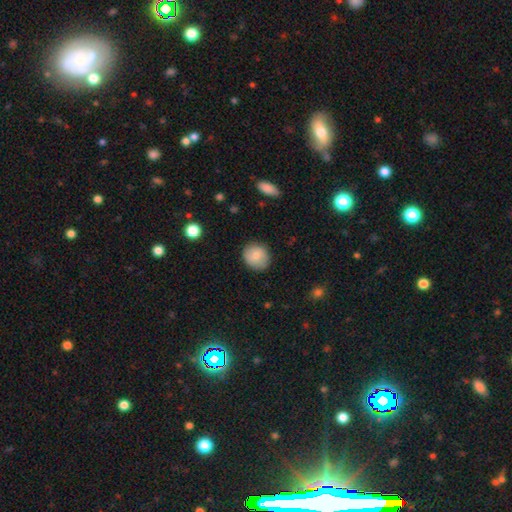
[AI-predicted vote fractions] A smooth galaxy with no disk features (79%) that is round (75%). Merging: none (85%).